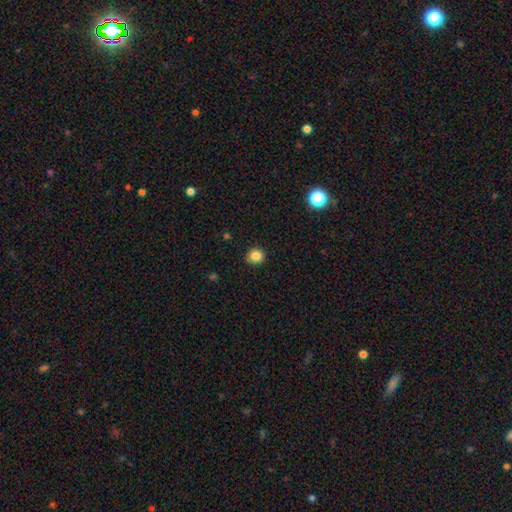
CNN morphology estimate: Smooth or featured: smooth — 84% (star or artifact — 11%)
How rounded: round — 91% (in between — 8%)
Merging: none — 91% (minor disturbance — 6%)